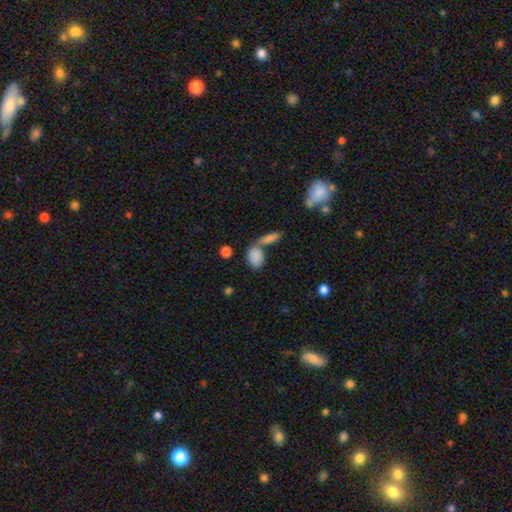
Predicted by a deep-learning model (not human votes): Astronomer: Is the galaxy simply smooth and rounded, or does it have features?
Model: smooth — 86%.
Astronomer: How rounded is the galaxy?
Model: in between — 80%.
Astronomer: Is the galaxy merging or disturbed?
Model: none — 46% (runner-up: merger, 39%).